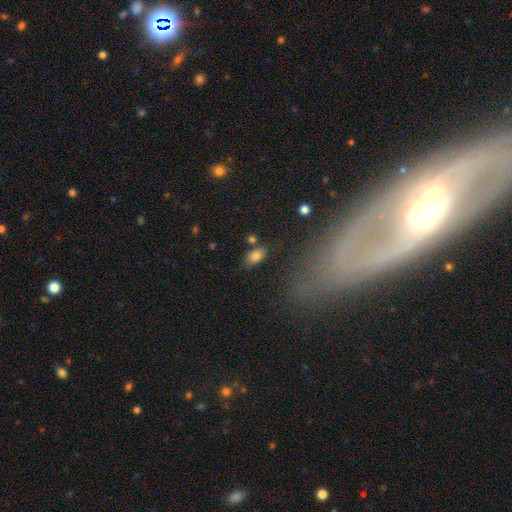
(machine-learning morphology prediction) Smooth or featured? smooth (81%)
How rounded? in between (88%)
Merging? none (71%)